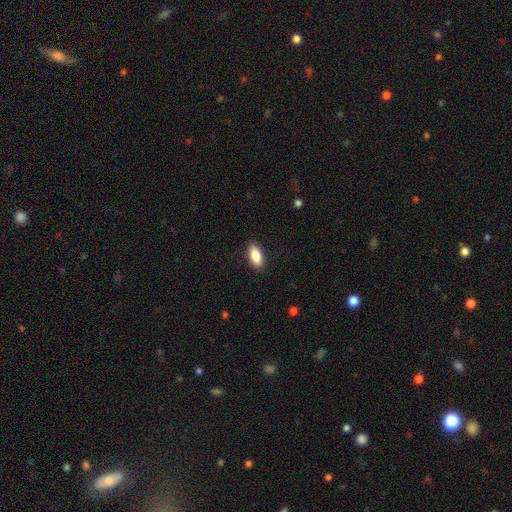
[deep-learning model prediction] Morphology: type=smooth (89%); roundness=in between (87%); merging=none (88%).